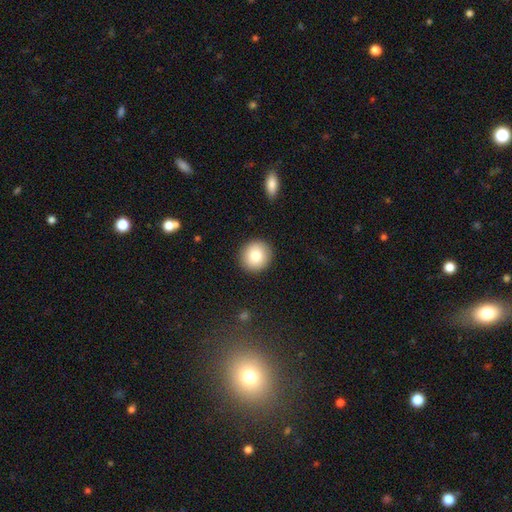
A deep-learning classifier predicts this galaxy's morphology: Smooth or featured? Predicted: smooth (p=0.81). How rounded? Predicted: round (p=0.92). Merging? Predicted: none (p=0.91).